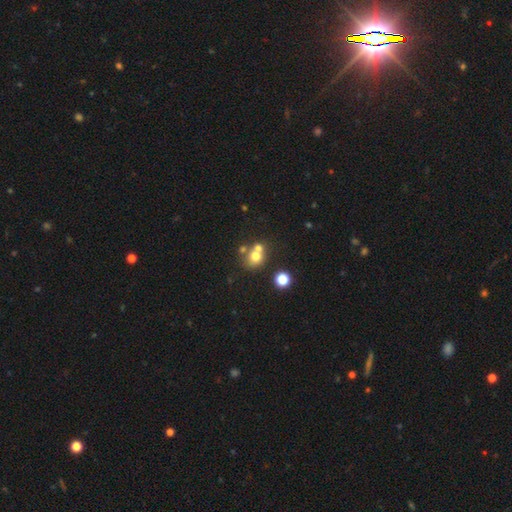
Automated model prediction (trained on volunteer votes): The model was most divided on "merging": merger: 45%, none: 44%, minor disturbance: 8%, major disturbance: 4%. More confident: how rounded — round (79%); smooth or featured — smooth (69%).